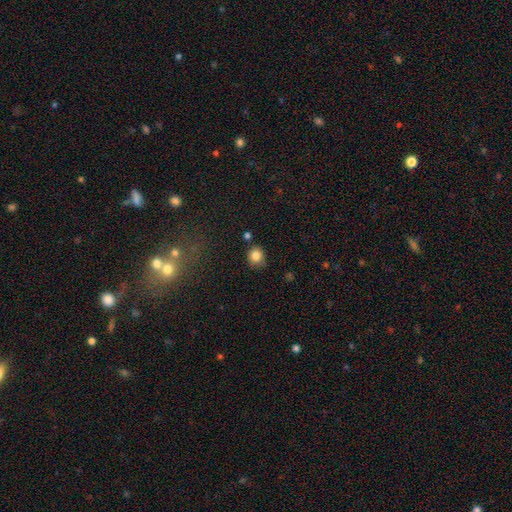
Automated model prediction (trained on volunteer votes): Morphology: type=smooth (83%); roundness=round (82%); merging=none (80%).